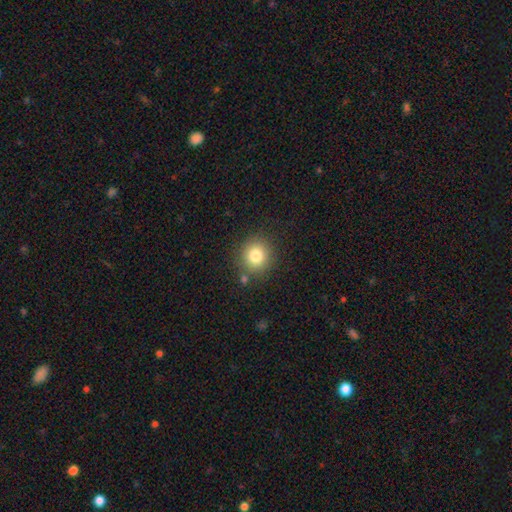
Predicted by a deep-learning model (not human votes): smooth-or-featured: smooth: 81% | star or artifact: 11% | featured or disk: 8%
  how-rounded: round: 90% | in between: 9% | cigar-shaped: 1%
  merging: none: 83% | minor disturbance: 9% | merger: 5% | major disturbance: 3%